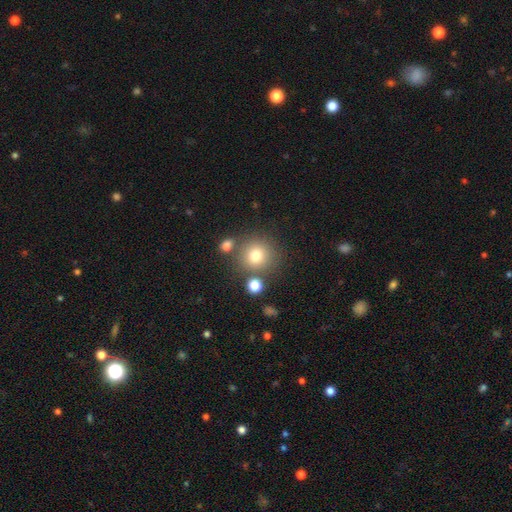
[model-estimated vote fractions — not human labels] smooth_or_featured: smooth (p=0.76) [alt: star or artifact p=0.14]
how_rounded: round (p=0.91) [alt: in between p=0.08]
merging: none (p=0.74) [alt: merger p=0.12]